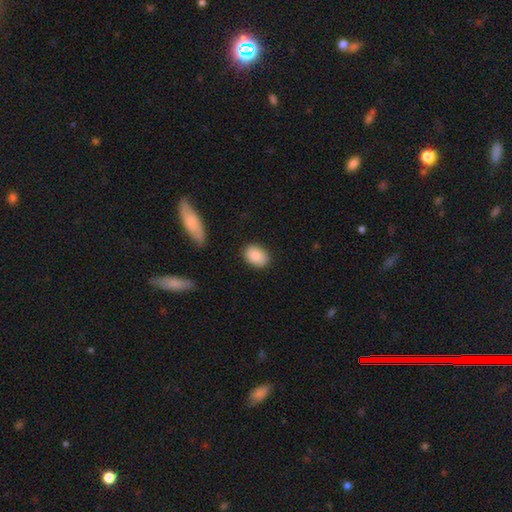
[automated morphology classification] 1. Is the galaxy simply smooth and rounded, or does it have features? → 87% smooth, 7% star or artifact, 6% featured or disk.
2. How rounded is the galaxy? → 73% in between, 26% round, 1% cigar-shaped.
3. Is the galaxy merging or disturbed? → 87% none, 9% minor disturbance, 2% major disturbance, 2% merger.